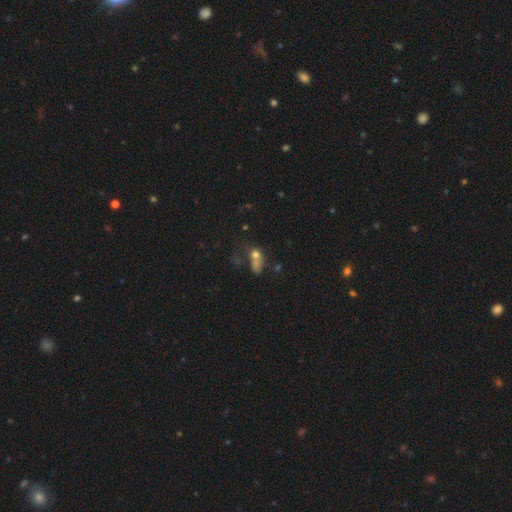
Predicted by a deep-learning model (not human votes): A smooth galaxy with no disk features (61%) that is round (52%). Merging: merger (54%).